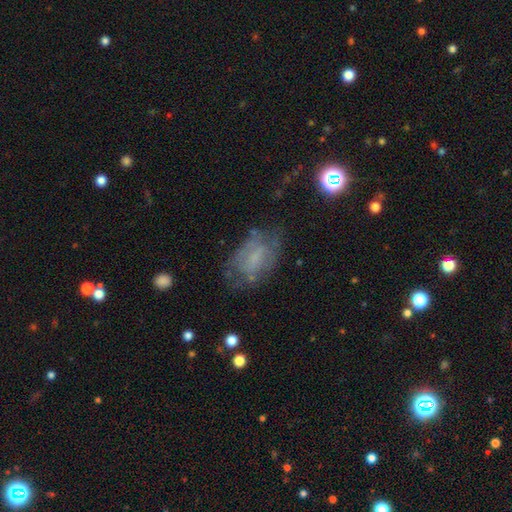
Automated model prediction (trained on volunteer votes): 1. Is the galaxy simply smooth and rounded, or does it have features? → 47% featured or disk, 39% smooth, 13% star or artifact.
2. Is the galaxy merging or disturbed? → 54% none, 25% minor disturbance, 19% major disturbance, 3% merger.